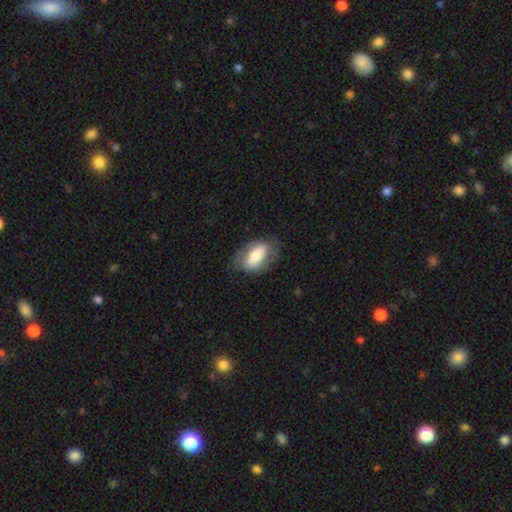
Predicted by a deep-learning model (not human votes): A smooth galaxy with no disk features (55%) that is in between round and cigar-shaped (90%). Merging: none (73%).